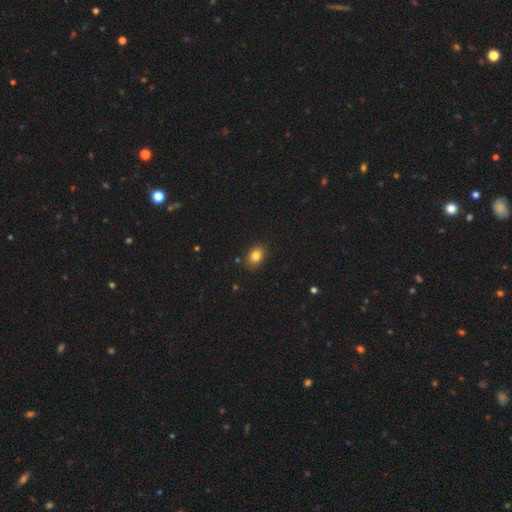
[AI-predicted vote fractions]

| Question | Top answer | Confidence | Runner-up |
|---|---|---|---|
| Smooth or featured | smooth | 82% | star or artifact (10%) |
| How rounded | in between | 73% | round (26%) |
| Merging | none | 85% | minor disturbance (11%) |